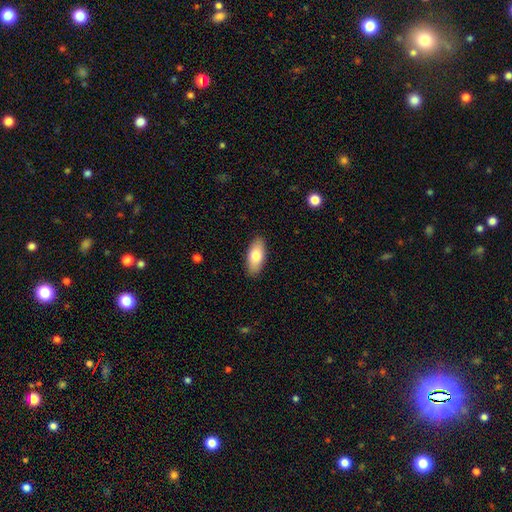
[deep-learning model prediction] smooth_or_featured: smooth (p=0.77) [alt: featured or disk p=0.17]
how_rounded: in between (p=0.89) [alt: cigar-shaped p=0.09]
merging: none (p=0.89) [alt: minor disturbance p=0.08]